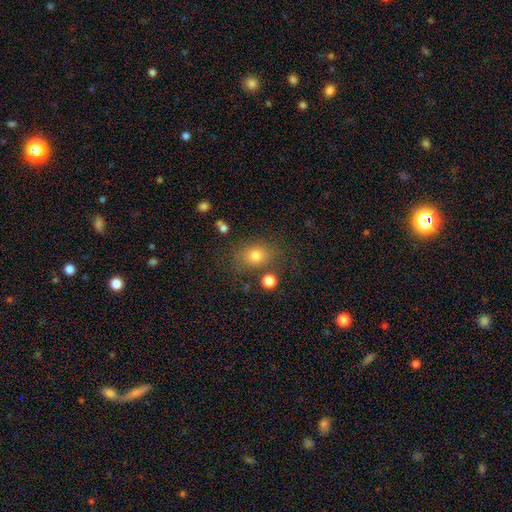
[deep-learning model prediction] Q: Smooth or featured?
A: smooth (76%); runner-up: star or artifact (13%)
Q: How rounded?
A: in between (55%); runner-up: round (44%)
Q: Merging?
A: none (70%); runner-up: minor disturbance (16%)